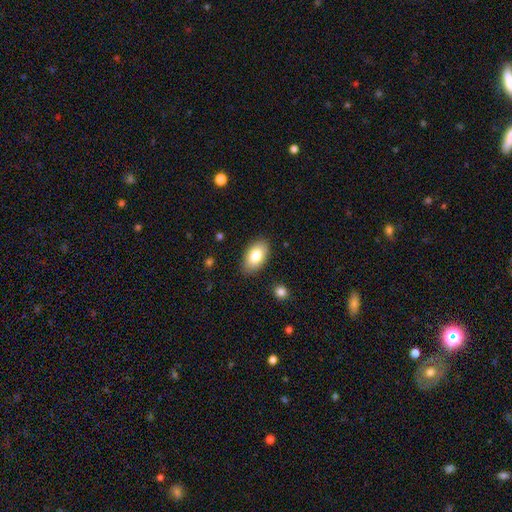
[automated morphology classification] This is clearly a smooth galaxy (81%). How rounded: clearly in between (94%). Merging: clearly none (86%).